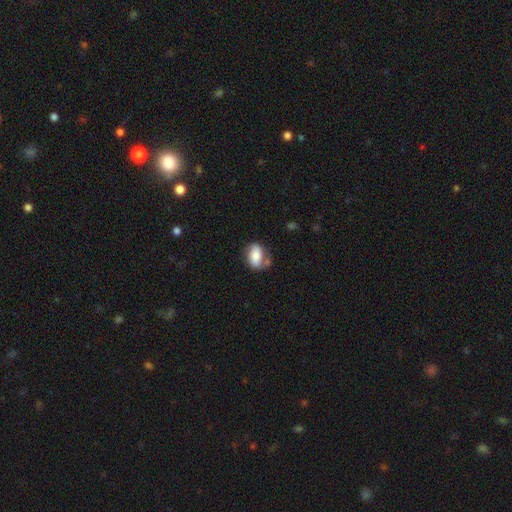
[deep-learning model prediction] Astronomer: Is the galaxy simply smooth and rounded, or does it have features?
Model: smooth — 65%.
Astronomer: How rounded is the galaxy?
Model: in between — 83%.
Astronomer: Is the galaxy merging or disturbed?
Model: none — 55%.